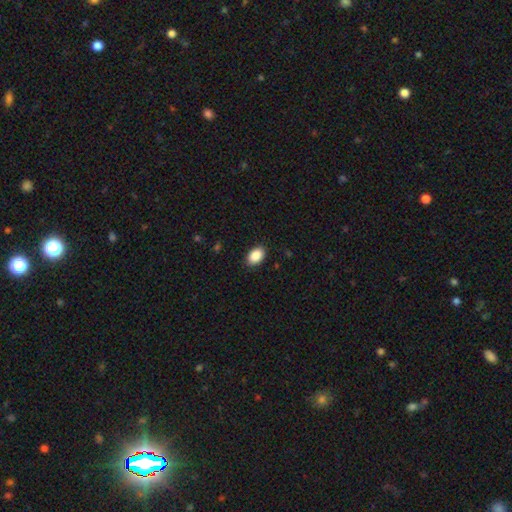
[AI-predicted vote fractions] smooth-or-featured: smooth: 89% | star or artifact: 7% | featured or disk: 3%
  how-rounded: in between: 89% | round: 10% | cigar-shaped: 1%
  merging: none: 89% | minor disturbance: 8% | major disturbance: 2% | merger: 1%